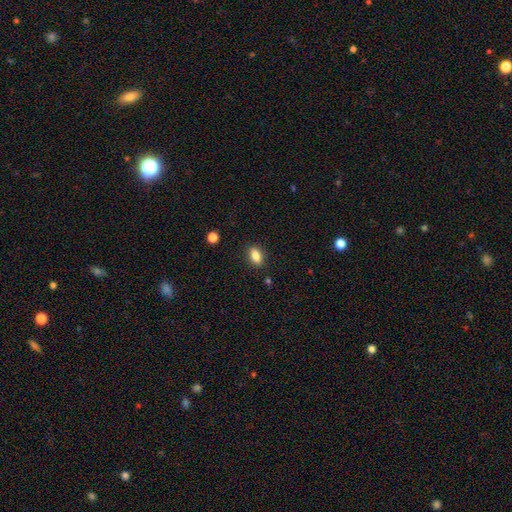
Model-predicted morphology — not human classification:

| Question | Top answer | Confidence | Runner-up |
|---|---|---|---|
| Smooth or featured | smooth | 82% | featured or disk (9%) |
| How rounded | in between | 83% | round (10%) |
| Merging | none | 87% | minor disturbance (9%) |